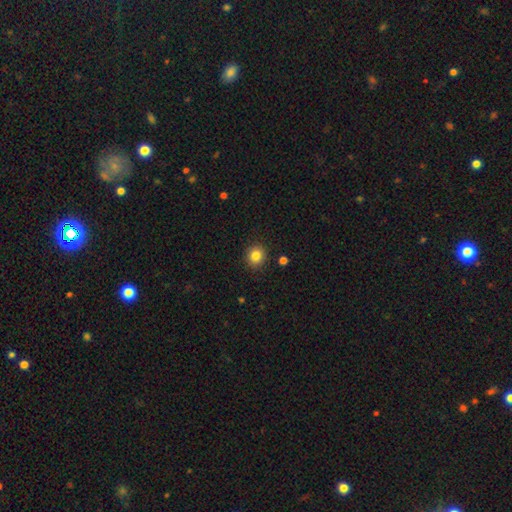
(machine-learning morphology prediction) Smooth or featured?
  - smooth: 84% *
  - star or artifact: 11%
  - featured or disk: 5%
How rounded?
  - round: 86% *
  - in between: 13%
  - cigar-shaped: 1%
Merging?
  - none: 91% *
  - minor disturbance: 6%
  - major disturbance: 2%
  - merger: 1%